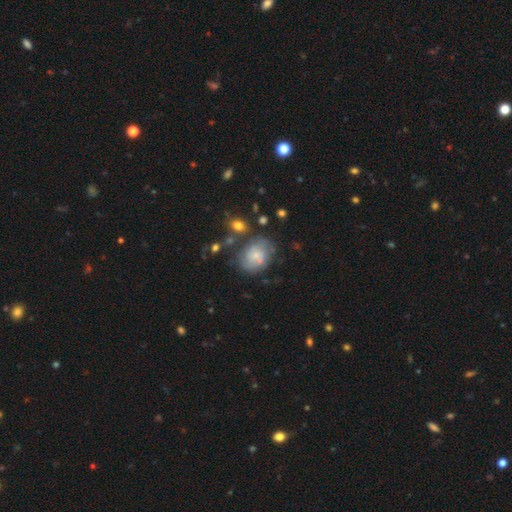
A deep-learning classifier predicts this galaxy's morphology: Smooth or featured: featured or disk — 47% (smooth — 44%)
Merging: none — 56% (minor disturbance — 22%)